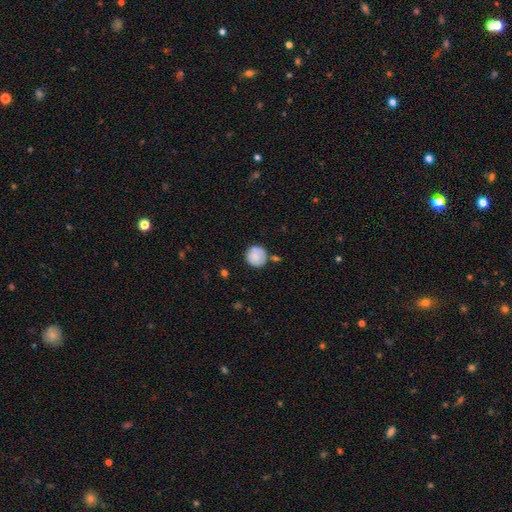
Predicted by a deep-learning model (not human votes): smooth-or-featured: smooth: 78% | featured or disk: 14% | star or artifact: 7%
  how-rounded: round: 91% | in between: 8% | cigar-shaped: 1%
  merging: none: 72% | minor disturbance: 17% | merger: 7% | major disturbance: 4%